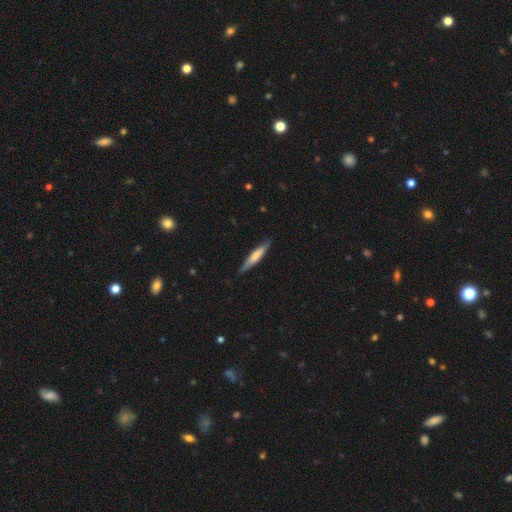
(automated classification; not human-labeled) Smooth or featured?
  - smooth: 58% *
  - featured or disk: 36%
  - star or artifact: 5%
How rounded?
  - cigar-shaped: 89% *
  - in between: 10%
  - round: 1%
Merging?
  - none: 84% *
  - minor disturbance: 13%
  - major disturbance: 2%
  - merger: 1%